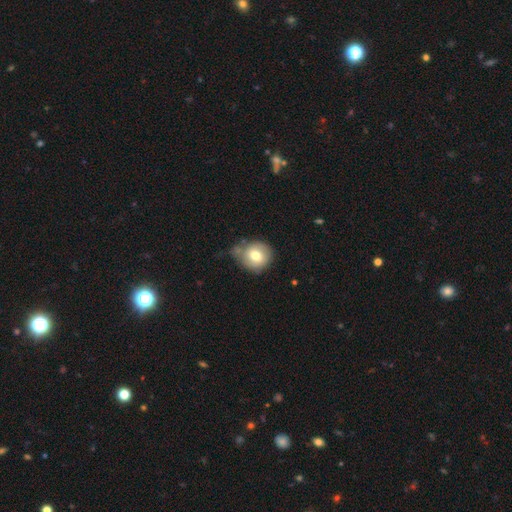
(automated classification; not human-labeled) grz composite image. It shows a smooth galaxy with no disk features (73%) that is round (82%). Merging: none (55%).